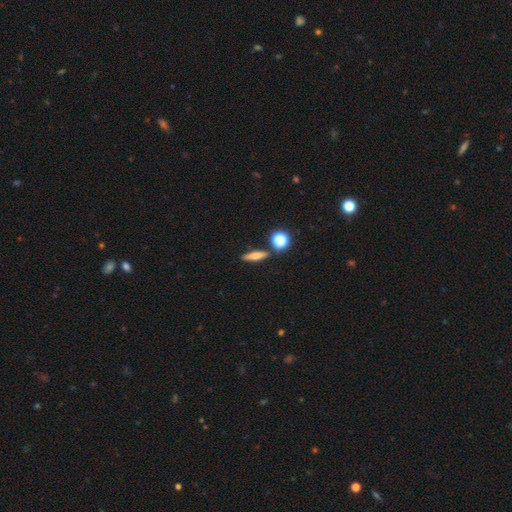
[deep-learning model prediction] Smooth or featured? Predicted: smooth (p=0.62). How rounded? Predicted: cigar-shaped (p=0.63). Merging? Predicted: none (p=0.83).